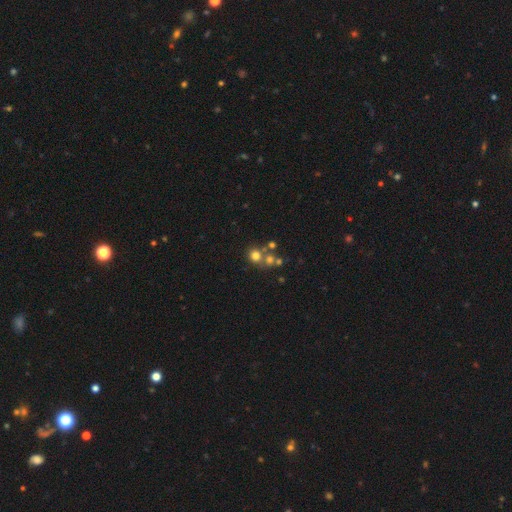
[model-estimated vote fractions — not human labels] Overall: smooth (68%). How rounded: round (84%). Merging: none (52%; merger 36%).